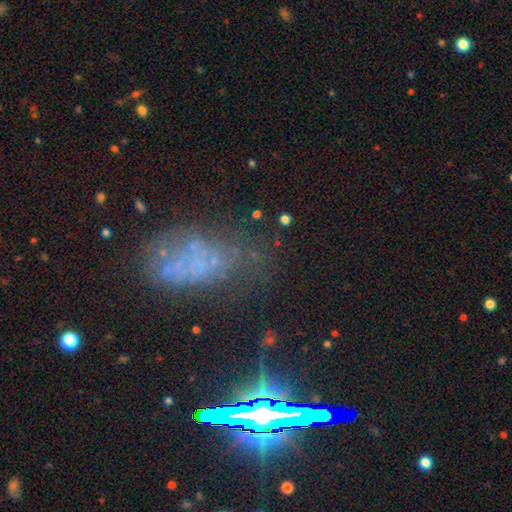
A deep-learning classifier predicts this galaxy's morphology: star or artifact 36%, featured or disk 34%, smooth 30%.